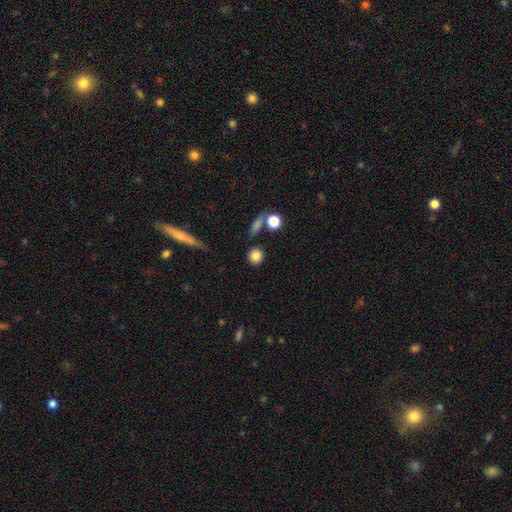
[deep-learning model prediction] Smooth or featured? smooth (83%)
How rounded? round (86%)
Merging? none (83%)